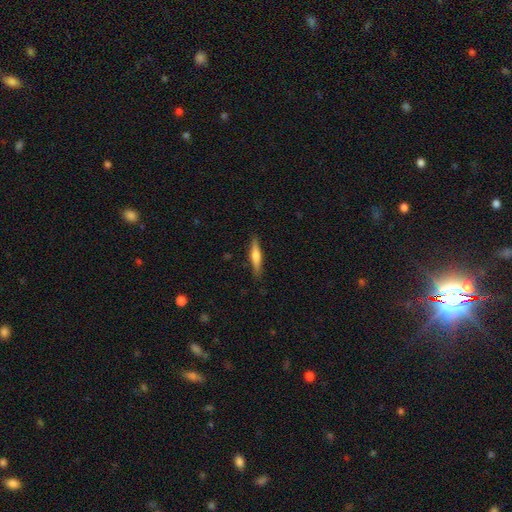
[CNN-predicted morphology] Overall: featured or disk (48%; smooth 46%). Merging: none (88%).